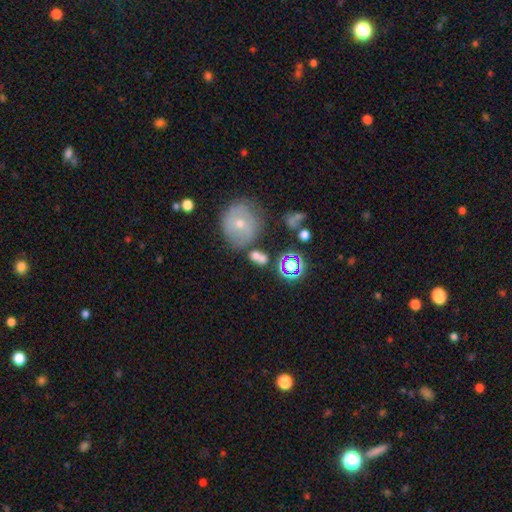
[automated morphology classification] This appears to be a smooth galaxy with no disk features (64%) that is in between round and cigar-shaped (57%). Merging: none (54%).